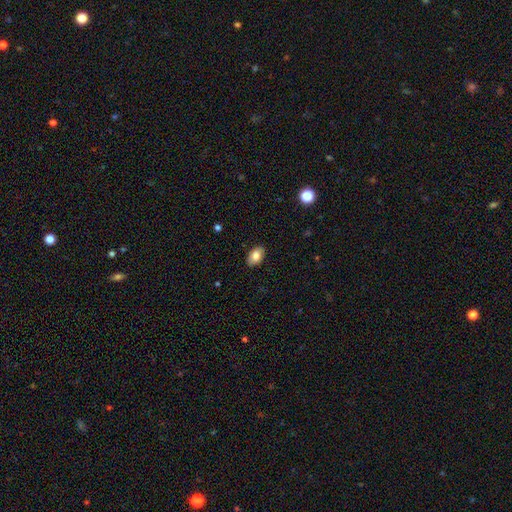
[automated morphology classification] A smooth galaxy with no disk features (83%) that is in between round and cigar-shaped (91%). Merging: none (88%).